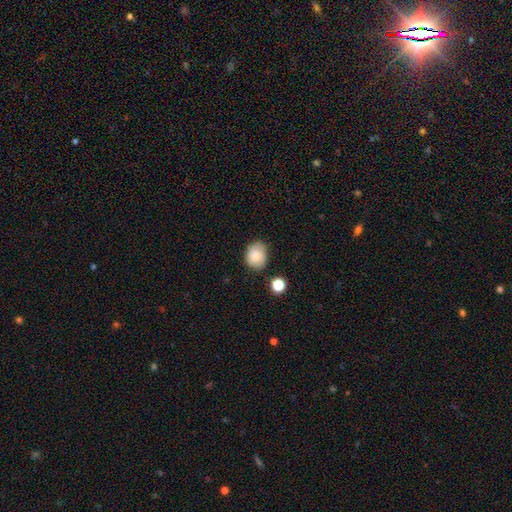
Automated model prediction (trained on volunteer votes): Smooth or featured?
  - smooth: 79% *
  - featured or disk: 12%
  - star or artifact: 9%
How rounded?
  - in between: 51% *
  - round: 48%
  - cigar-shaped: 1%
Merging?
  - none: 68% *
  - minor disturbance: 23%
  - major disturbance: 5%
  - merger: 4%